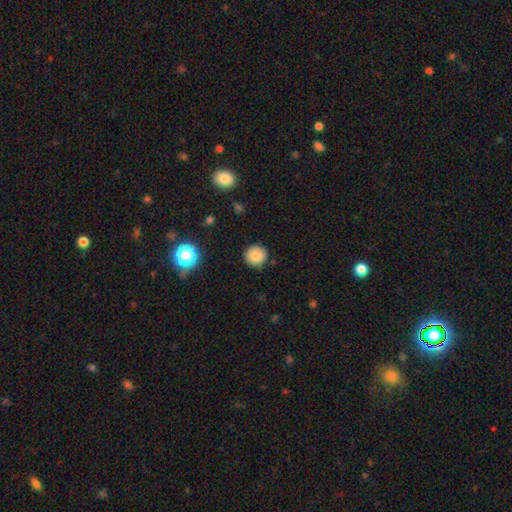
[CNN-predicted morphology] smooth_or_featured: smooth (p=0.81) [alt: star or artifact p=0.11]
how_rounded: round (p=0.94) [alt: in between p=0.05]
merging: none (p=0.89) [alt: minor disturbance p=0.08]